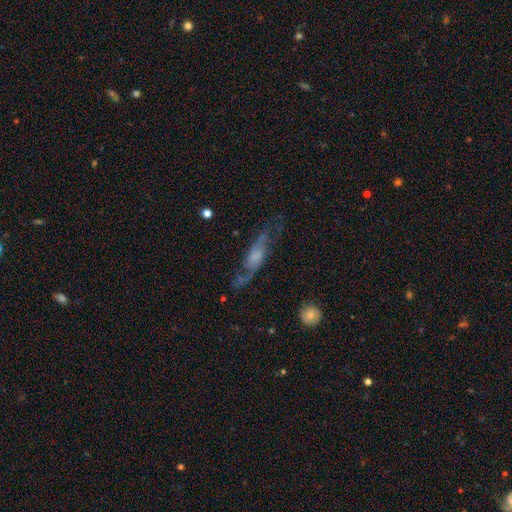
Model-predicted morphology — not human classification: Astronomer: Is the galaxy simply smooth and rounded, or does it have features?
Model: featured or disk — 71%.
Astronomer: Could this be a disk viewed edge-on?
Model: no — 72%.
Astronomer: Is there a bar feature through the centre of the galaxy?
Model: no — 61%.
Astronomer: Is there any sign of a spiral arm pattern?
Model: yes — 86%.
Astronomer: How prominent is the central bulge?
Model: small — 33% (runner-up: none, 29%).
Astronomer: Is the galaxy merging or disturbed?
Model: none — 55%.